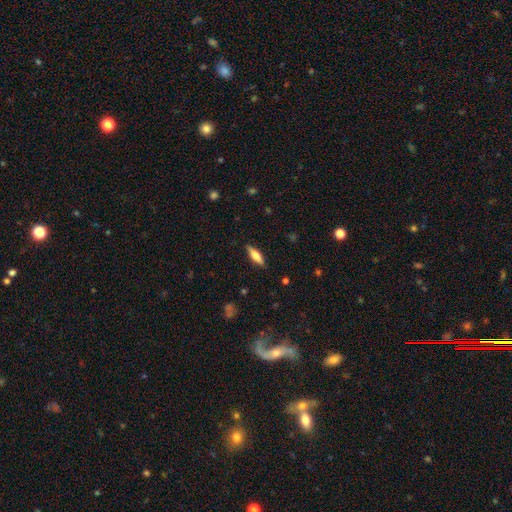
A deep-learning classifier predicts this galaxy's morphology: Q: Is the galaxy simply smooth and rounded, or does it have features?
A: smooth — 53%.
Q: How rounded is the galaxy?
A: cigar-shaped — 54%.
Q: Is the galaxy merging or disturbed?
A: none — 87%.